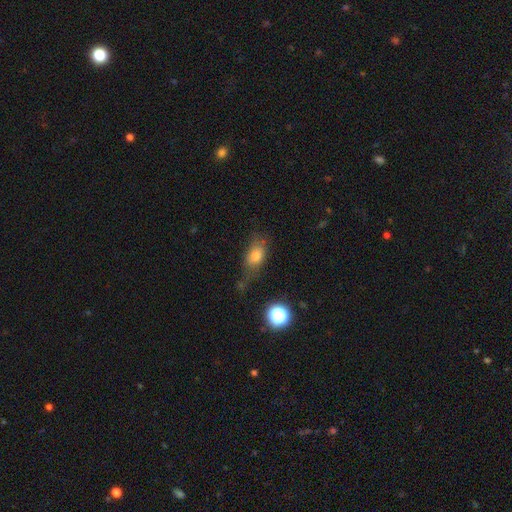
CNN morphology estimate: Smooth or featured?
  - smooth: 74% *
  - featured or disk: 14%
  - star or artifact: 12%
How rounded?
  - in between: 78% *
  - round: 17%
  - cigar-shaped: 5%
Merging?
  - none: 51% *
  - minor disturbance: 27%
  - major disturbance: 16%
  - merger: 6%